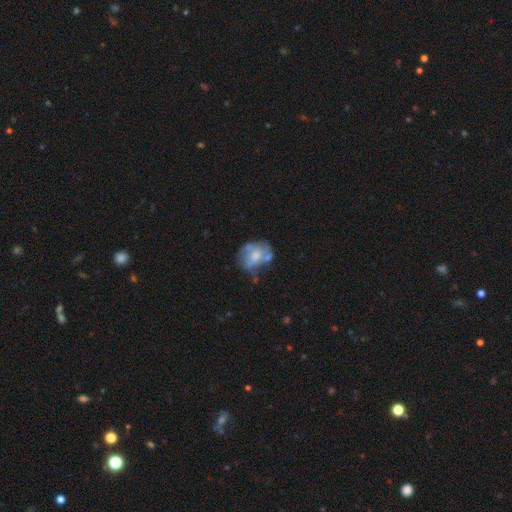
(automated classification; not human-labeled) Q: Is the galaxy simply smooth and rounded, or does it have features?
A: featured or disk — 53%.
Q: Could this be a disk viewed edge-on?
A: no — 97%.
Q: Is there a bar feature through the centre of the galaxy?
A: no — 75%.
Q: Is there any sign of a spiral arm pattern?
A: no — 60%.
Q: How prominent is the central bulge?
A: moderate — 49%.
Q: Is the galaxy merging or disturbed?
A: none — 40%.